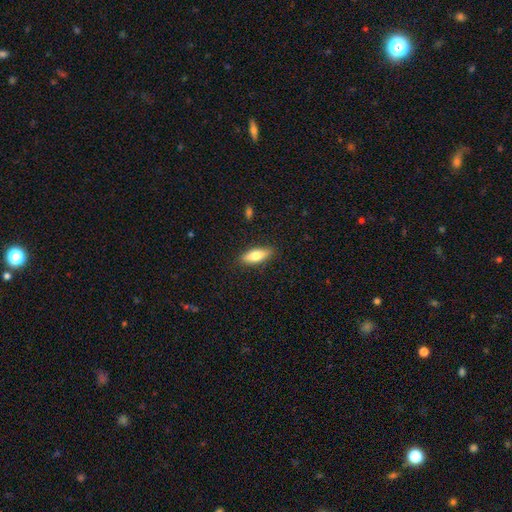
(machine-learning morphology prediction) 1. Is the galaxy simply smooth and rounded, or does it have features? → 74% smooth, 20% featured or disk, 6% star or artifact.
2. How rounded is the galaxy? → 66% in between, 32% cigar-shaped, 2% round.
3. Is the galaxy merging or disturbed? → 86% none, 10% minor disturbance, 2% major disturbance, 1% merger.